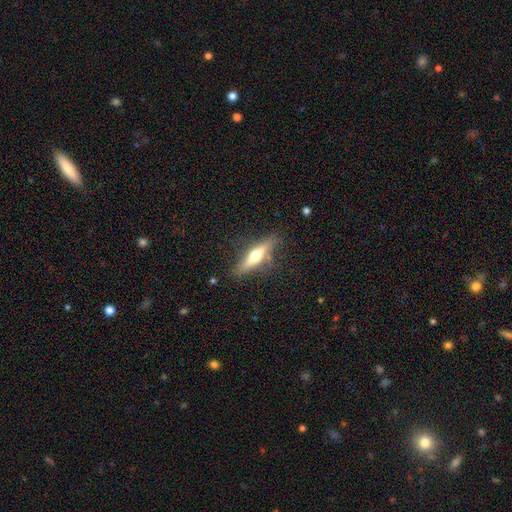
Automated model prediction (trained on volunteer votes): featured or disk 59%, smooth 35%, star or artifact 6%. Down the decision tree: edge-on disk — yes (93%); edge-on bulge — rounded (92%); merging — none (77%).